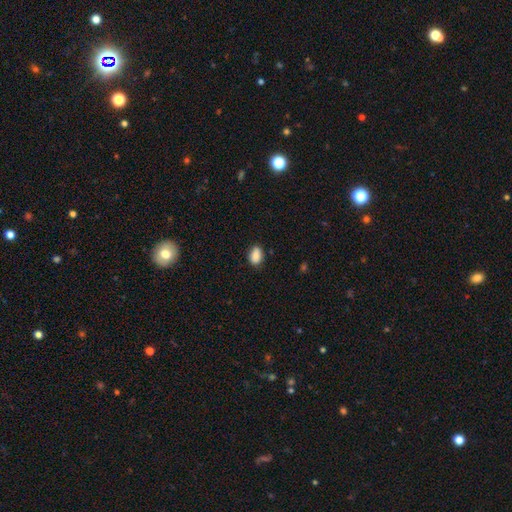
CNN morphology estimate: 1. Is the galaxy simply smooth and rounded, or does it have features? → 87% smooth, 8% star or artifact, 5% featured or disk.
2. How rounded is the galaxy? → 85% in between, 13% round, 2% cigar-shaped.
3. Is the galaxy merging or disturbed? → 79% none, 17% minor disturbance, 3% major disturbance, 2% merger.